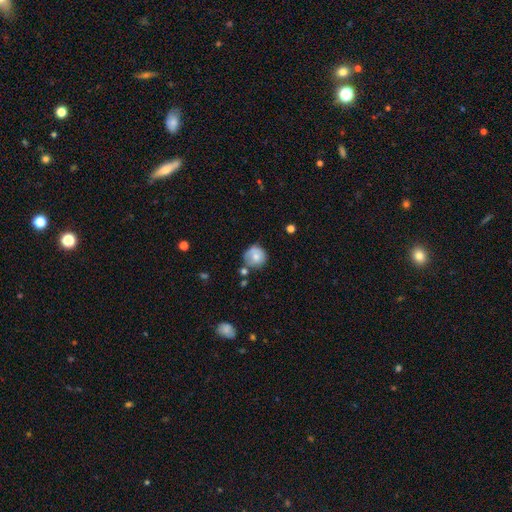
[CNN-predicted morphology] A smooth galaxy with no disk features (69%) that is round (87%).

Vote fractions:
- Smooth or featured? smooth: 69% / featured or disk: 22% / star or artifact: 8%
- How rounded? round: 87% / in between: 12% / cigar-shaped: 1%
- Merging? none: 57% / minor disturbance: 25% / merger: 10% / major disturbance: 8%